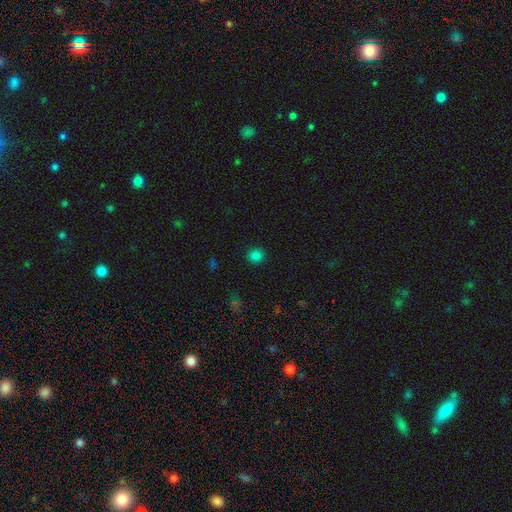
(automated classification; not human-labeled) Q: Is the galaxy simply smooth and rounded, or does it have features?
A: smooth — 81%.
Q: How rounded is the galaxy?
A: round — 86%.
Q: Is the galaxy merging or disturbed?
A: none — 91%.